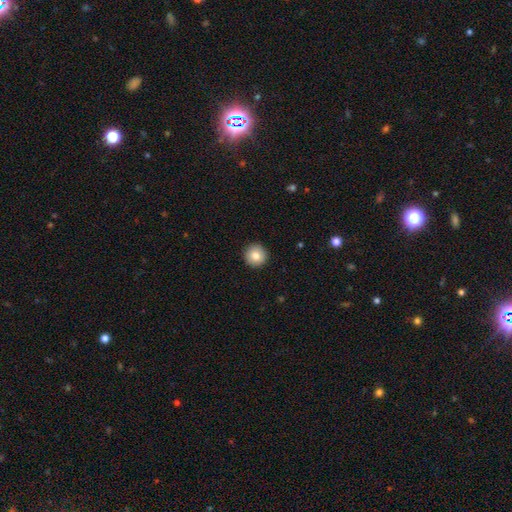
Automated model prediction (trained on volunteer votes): smooth_or_featured: smooth (p=0.82) [alt: featured or disk p=0.10]
how_rounded: round (p=0.96) [alt: in between p=0.03]
merging: none (p=0.93) [alt: minor disturbance p=0.05]